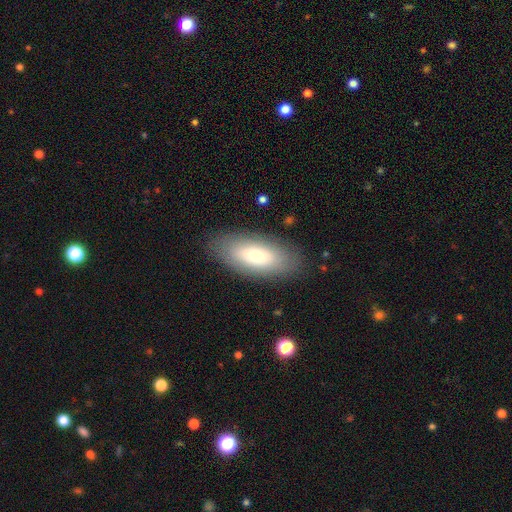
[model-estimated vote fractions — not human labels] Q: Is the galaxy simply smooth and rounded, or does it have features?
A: smooth — 70%.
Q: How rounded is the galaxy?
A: in between — 86%.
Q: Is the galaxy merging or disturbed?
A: none — 85%.